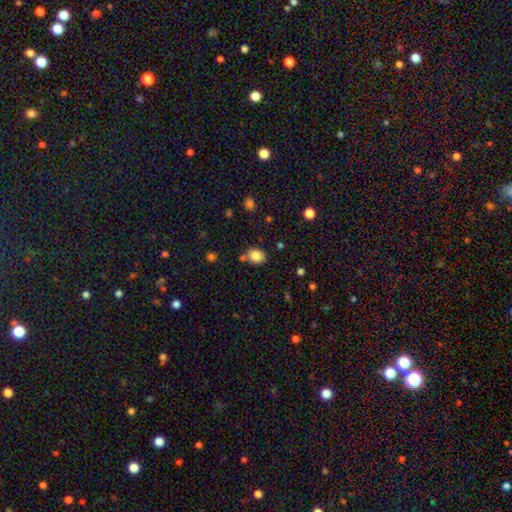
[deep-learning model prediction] This is clearly a smooth galaxy (83%). How rounded: possibly round (56%). Merging: likely none (75%).